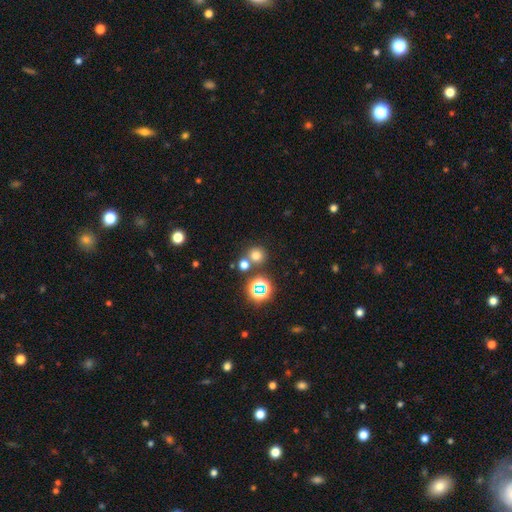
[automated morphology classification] This appears to be a smooth galaxy with no disk features (67%) that is round (91%). Merging: none (69%).